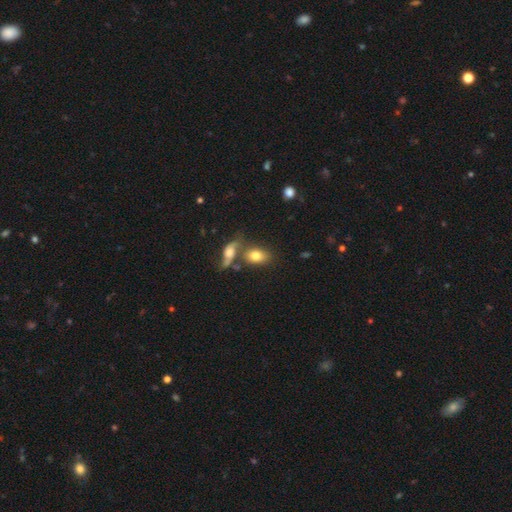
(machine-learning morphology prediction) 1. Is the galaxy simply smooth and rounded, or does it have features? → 77% smooth, 14% featured or disk, 9% star or artifact.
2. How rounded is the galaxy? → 82% in between, 16% round, 2% cigar-shaped.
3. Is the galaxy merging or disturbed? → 50% none, 31% merger, 13% minor disturbance, 6% major disturbance.